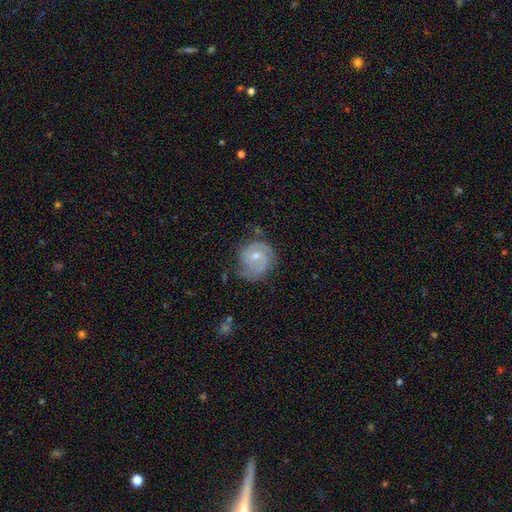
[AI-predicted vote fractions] smooth-or-featured: featured or disk: 75% | smooth: 19% | star or artifact: 6%
  disk-edge-on: no: 98% | yes: 2%
    bar: no: 54% | weak: 39% | strong: 7%
    has-spiral-arms: yes: 93% | no: 7%
      spiral-winding: tight: 44% | medium: 42% | loose: 14%
      spiral-arm-count: 2: 62% | can't tell: 15% | 3: 10% | 1: 8% | 4: 2% | more than 4: 2%
    bulge-size: small: 57% | moderate: 39% | none: 2% | large: 1% | dominant: 1%
  merging: none: 62% | minor disturbance: 25% | major disturbance: 11% | merger: 2%